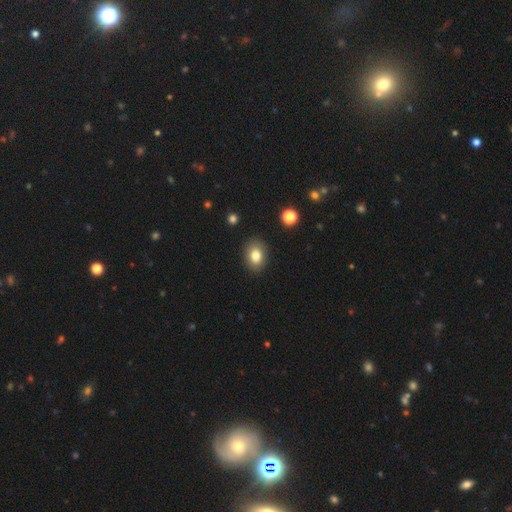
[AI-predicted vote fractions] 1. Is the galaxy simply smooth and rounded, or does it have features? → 82% smooth, 9% star or artifact, 9% featured or disk.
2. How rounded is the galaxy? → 69% in between, 30% round, 1% cigar-shaped.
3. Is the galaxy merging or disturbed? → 86% none, 10% minor disturbance, 2% major disturbance, 1% merger.